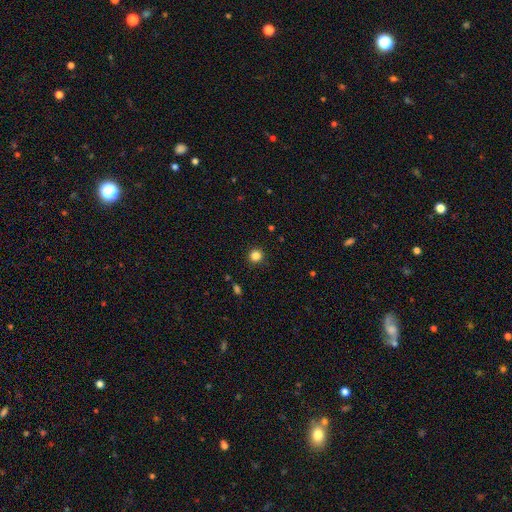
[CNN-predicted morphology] A smooth galaxy with no disk features (84%) that is round (94%).

Vote fractions:
- Smooth or featured? smooth: 84% / star or artifact: 13% / featured or disk: 4%
- How rounded? round: 94% / in between: 5% / cigar-shaped: 1%
- Merging? none: 91% / minor disturbance: 6% / major disturbance: 2% / merger: 1%